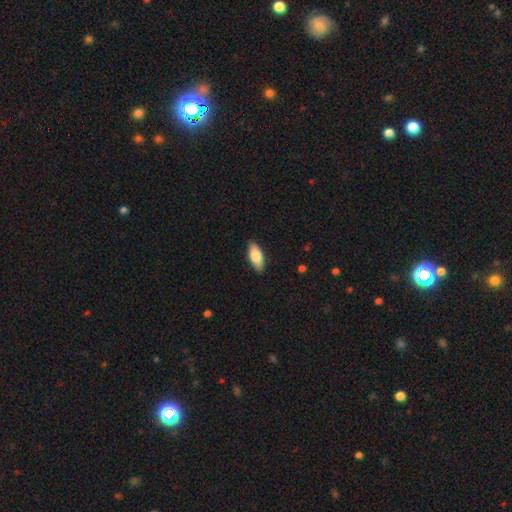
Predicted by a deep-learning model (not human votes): Smooth or featured: smooth — 81% (featured or disk — 13%)
How rounded: in between — 82% (cigar-shaped — 16%)
Merging: none — 88% (minor disturbance — 9%)